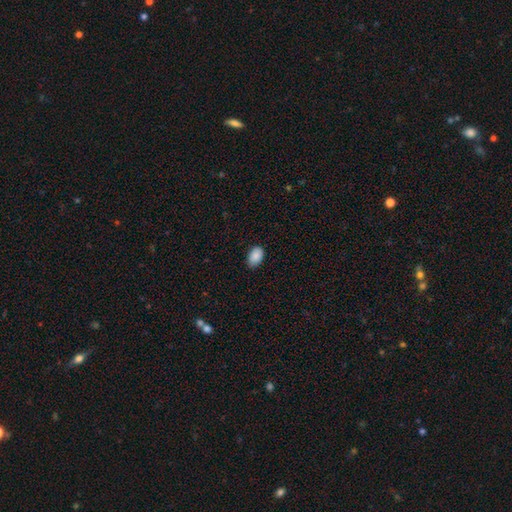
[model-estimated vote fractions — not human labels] The model was most divided on "merging": none: 82%, minor disturbance: 15%, major disturbance: 2%, merger: 1%. More confident: how rounded — in between (91%); smooth or featured — smooth (89%).